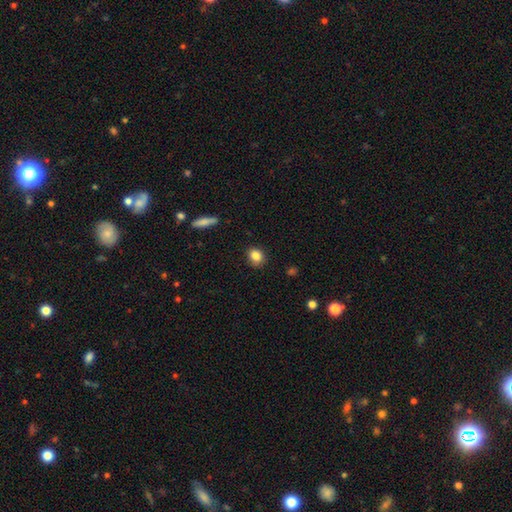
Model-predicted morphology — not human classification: smooth_or_featured: smooth (p=0.85) [alt: star or artifact p=0.09]
how_rounded: round (p=0.54) [alt: in between p=0.45]
merging: none (p=0.86) [alt: minor disturbance p=0.11]